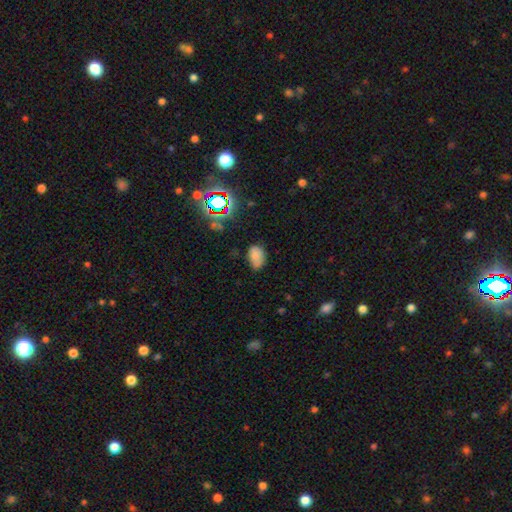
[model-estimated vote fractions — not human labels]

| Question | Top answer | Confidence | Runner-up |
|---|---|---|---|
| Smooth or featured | smooth | 74% | star or artifact (17%) |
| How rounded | in between | 84% | round (14%) |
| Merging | none | 62% | minor disturbance (28%) |